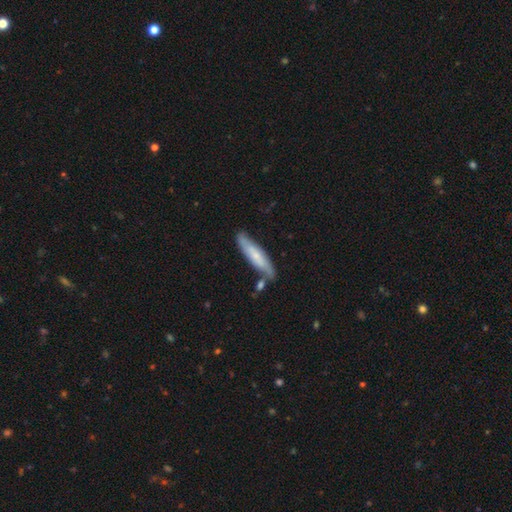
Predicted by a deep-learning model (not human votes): smooth_or_featured: smooth (p=0.54) [alt: featured or disk p=0.40]
how_rounded: cigar-shaped (p=0.81) [alt: in between p=0.17]
merging: none (p=0.67) [alt: minor disturbance p=0.18]